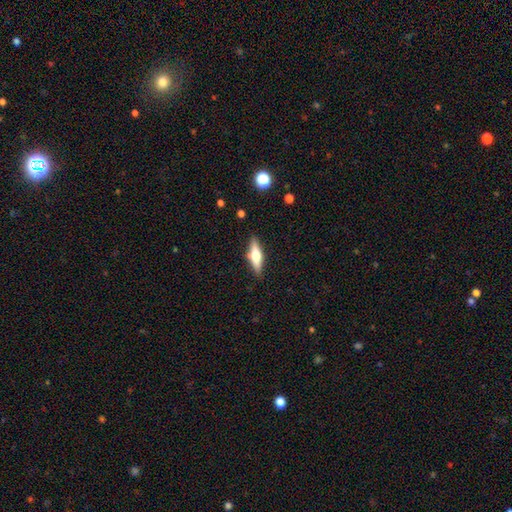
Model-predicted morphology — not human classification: Smooth or featured? featured or disk (49%)
Merging? none (87%)